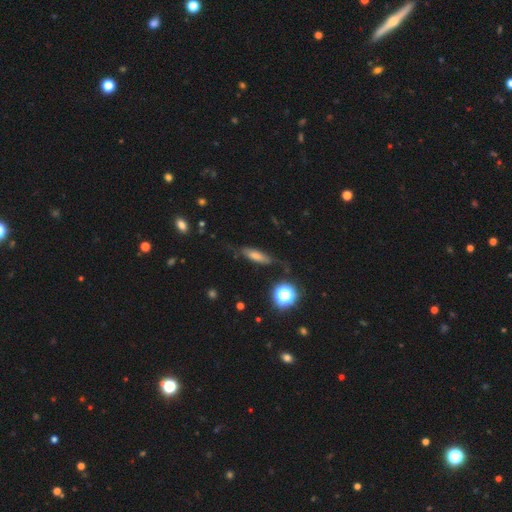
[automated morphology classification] The model was most divided on "smooth or featured": smooth: 52%, featured or disk: 33%, star or artifact: 15%. More confident: merging — none (68%); how rounded — cigar-shaped (60%).